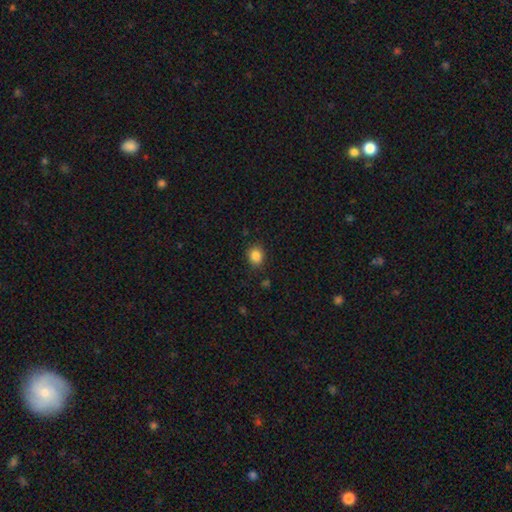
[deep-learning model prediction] smooth 86%, star or artifact 10%, featured or disk 4%. Down the decision tree: how rounded — round (66%); merging — none (85%).